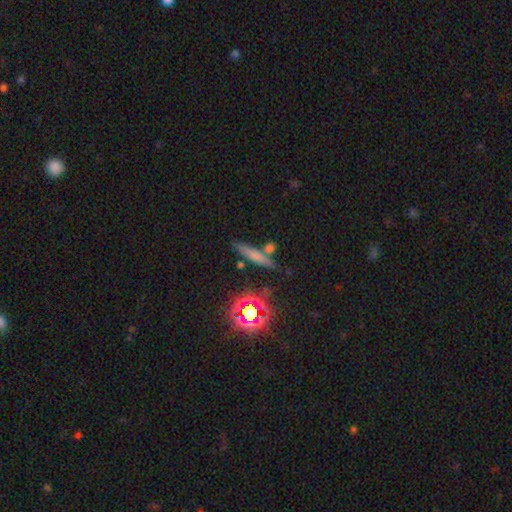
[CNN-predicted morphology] Smooth or featured? smooth (58%)
How rounded? cigar-shaped (81%)
Merging? none (73%)